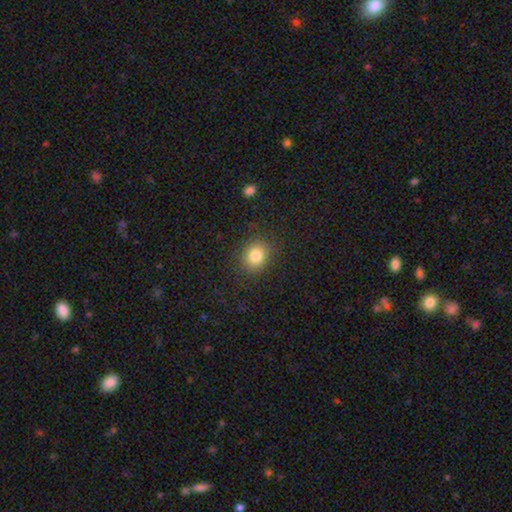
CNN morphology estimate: smooth-or-featured: smooth: 82% | star or artifact: 11% | featured or disk: 6%
  how-rounded: round: 72% | in between: 27% | cigar-shaped: 1%
  merging: none: 87% | minor disturbance: 9% | major disturbance: 3% | merger: 1%